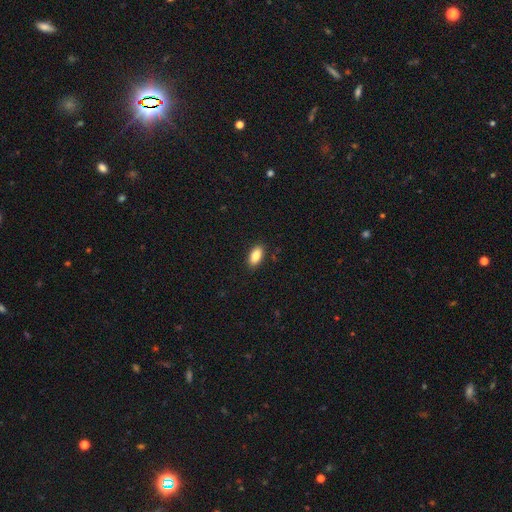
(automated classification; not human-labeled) Q: Smooth or featured?
A: smooth (85%); runner-up: featured or disk (8%)
Q: How rounded?
A: in between (91%); runner-up: cigar-shaped (5%)
Q: Merging?
A: none (89%); runner-up: minor disturbance (8%)